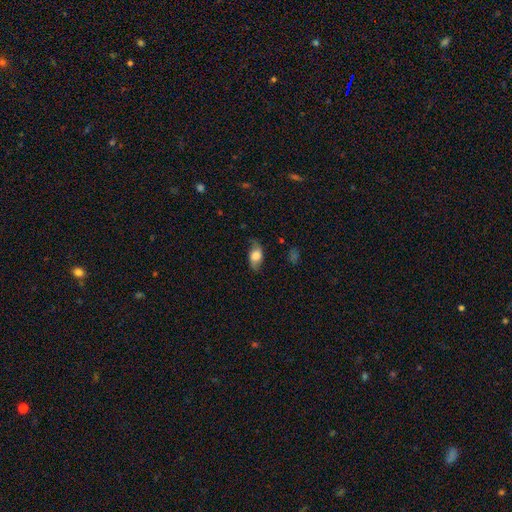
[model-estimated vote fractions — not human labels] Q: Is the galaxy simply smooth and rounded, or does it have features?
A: smooth — 58%.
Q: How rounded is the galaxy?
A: in between — 84%.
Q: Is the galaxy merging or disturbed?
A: none — 69%.